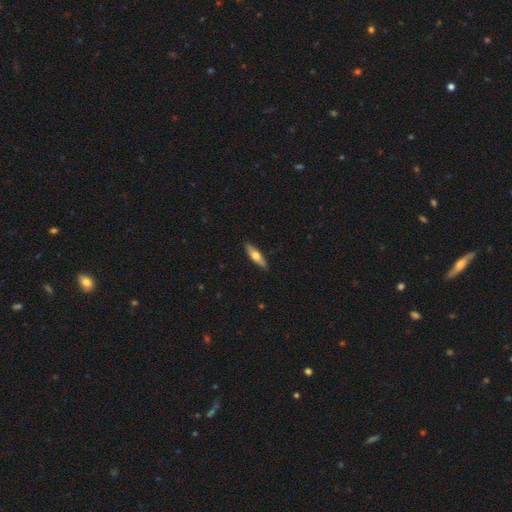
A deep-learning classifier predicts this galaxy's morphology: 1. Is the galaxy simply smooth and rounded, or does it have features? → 49% smooth, 46% featured or disk, 5% star or artifact.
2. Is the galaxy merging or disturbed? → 89% none, 9% minor disturbance, 2% major disturbance, 1% merger.